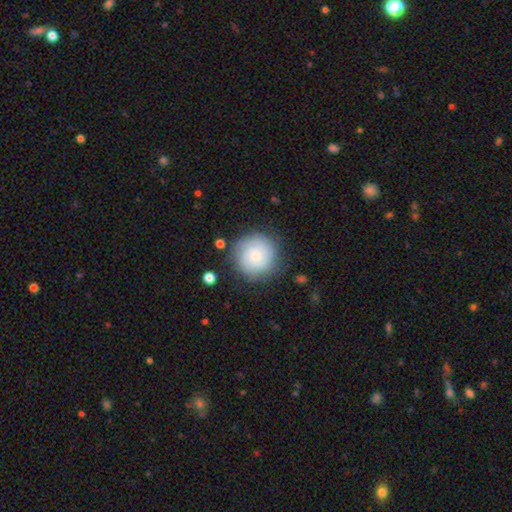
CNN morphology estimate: smooth-or-featured: smooth: 61% | featured or disk: 31% | star or artifact: 8%
  how-rounded: round: 94% | in between: 5% | cigar-shaped: 1%
  merging: none: 78% | minor disturbance: 15% | major disturbance: 6% | merger: 2%